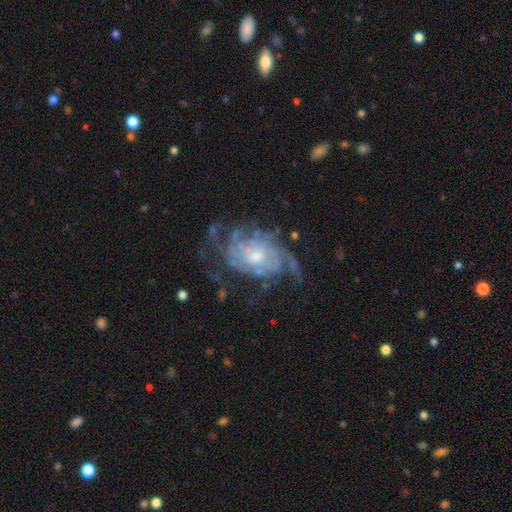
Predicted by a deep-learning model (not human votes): featured or disk 86%, smooth 8%, star or artifact 6%. Down the decision tree: edge-on disk — no (96%); bar — no (69%); spiral arms — yes (92%); spiral arm count — can't tell (39%); spiral winding — tight (51%); bulge size — moderate (54%); merging — none (57%).